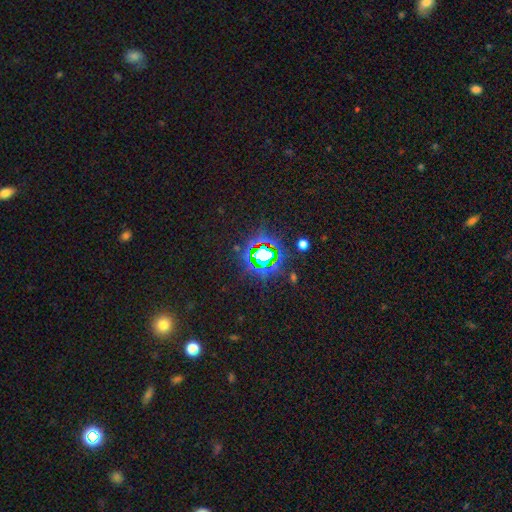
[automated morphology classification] Overall: star or artifact (79%).